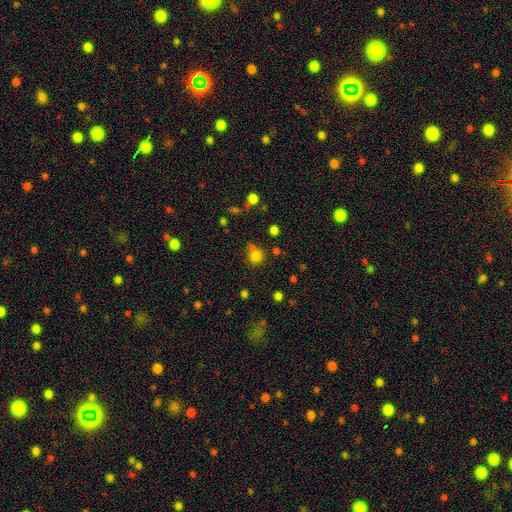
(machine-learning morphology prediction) Smooth or featured? smooth (78%)
How rounded? round (88%)
Merging? none (64%)